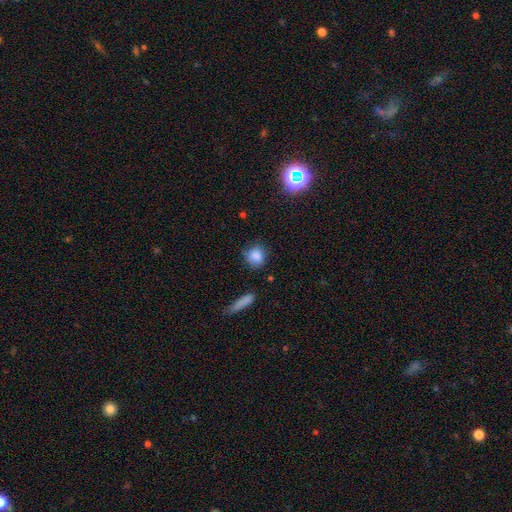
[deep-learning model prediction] Smooth or featured? Predicted: smooth (p=0.84). How rounded? Predicted: round (p=0.74). Merging? Predicted: none (p=0.72).